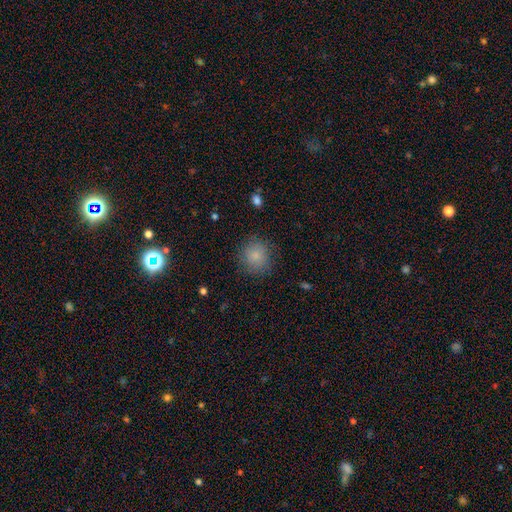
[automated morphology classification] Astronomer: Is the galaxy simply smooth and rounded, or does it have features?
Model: smooth — 84%.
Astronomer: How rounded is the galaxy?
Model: round — 88%.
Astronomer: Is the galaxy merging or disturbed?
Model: none — 84%.